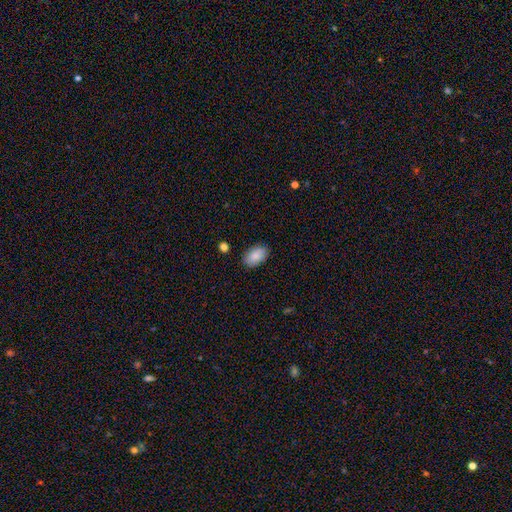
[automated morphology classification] smooth 88%, star or artifact 7%, featured or disk 6%. Down the decision tree: how rounded — in between (92%); merging — none (84%).